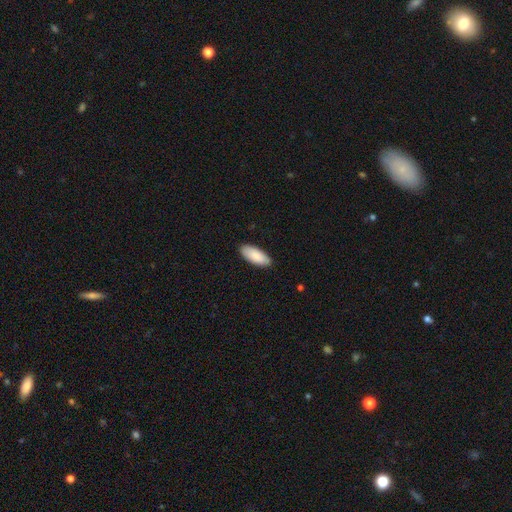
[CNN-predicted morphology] Overall: smooth (89%). How rounded: in between (84%). Merging: none (88%).